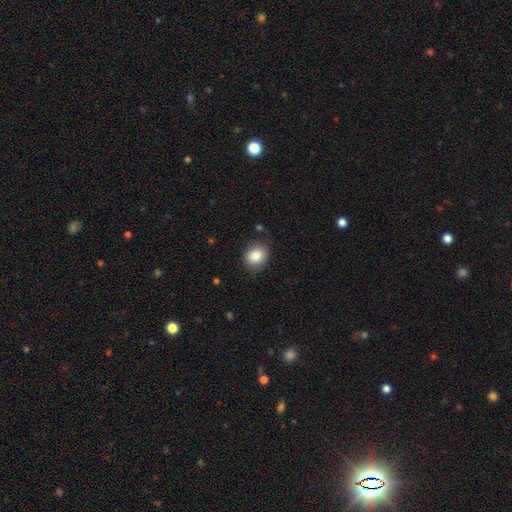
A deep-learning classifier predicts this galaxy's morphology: A smooth galaxy with no disk features (84%) that is round (61%). Merging: none (83%).